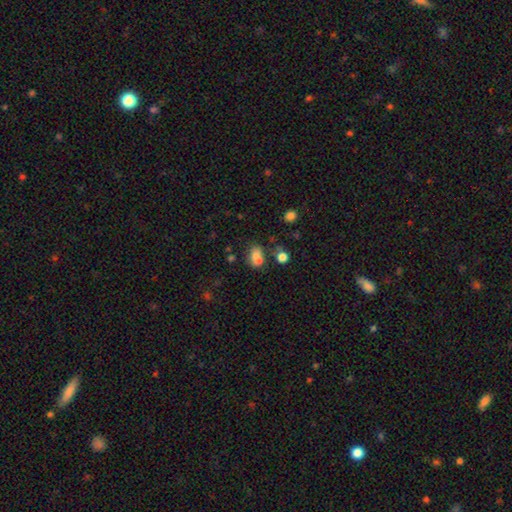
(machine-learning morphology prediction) Smooth or featured?
  - smooth: 75% *
  - star or artifact: 14%
  - featured or disk: 11%
How rounded?
  - in between: 69% *
  - round: 29%
  - cigar-shaped: 2%
Merging?
  - none: 40% *
  - merger: 36%
  - minor disturbance: 16%
  - major disturbance: 8%